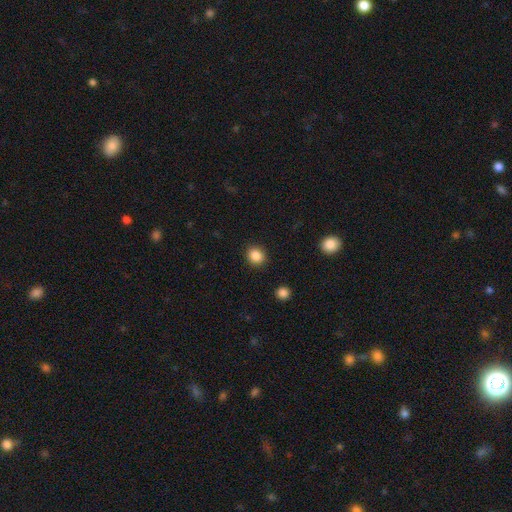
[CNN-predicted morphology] The model was most divided on "how rounded": round: 78%, in between: 21%, cigar-shaped: 1%. More confident: merging — none (90%); smooth or featured — smooth (87%).